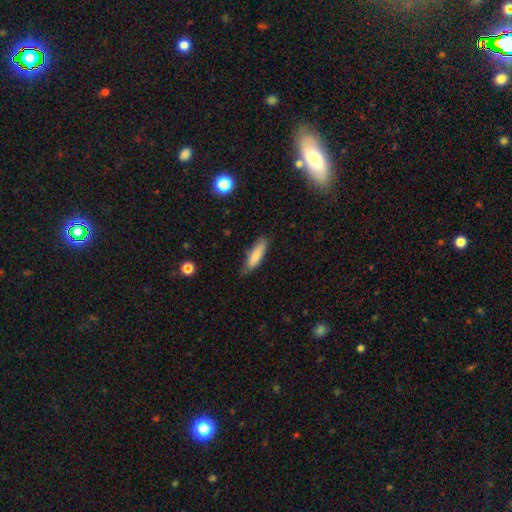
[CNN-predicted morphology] This is clearly a smooth galaxy (80%). How rounded: possibly cigar-shaped (58%). Merging: likely none (71%).